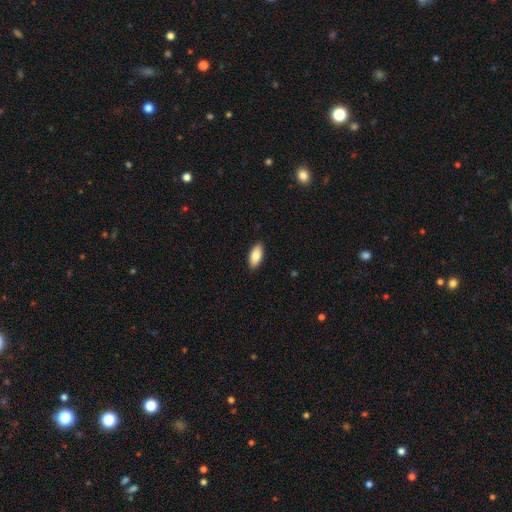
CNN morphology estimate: Q: Smooth or featured?
A: smooth (85%); runner-up: featured or disk (9%)
Q: How rounded?
A: in between (88%); runner-up: cigar-shaped (10%)
Q: Merging?
A: none (89%); runner-up: minor disturbance (8%)